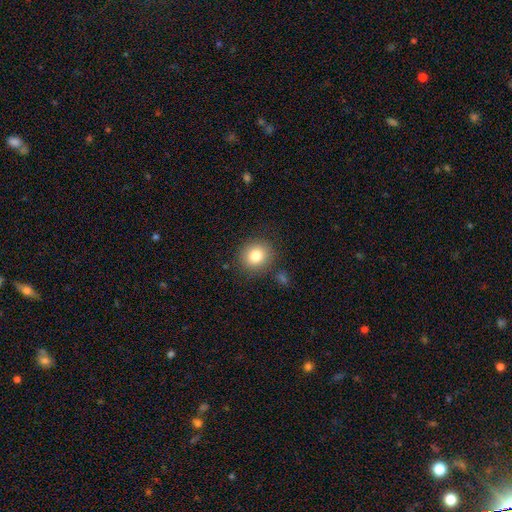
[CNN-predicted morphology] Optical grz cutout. It shows a smooth galaxy with no disk features (81%) that is round (86%). Merging: none (86%).